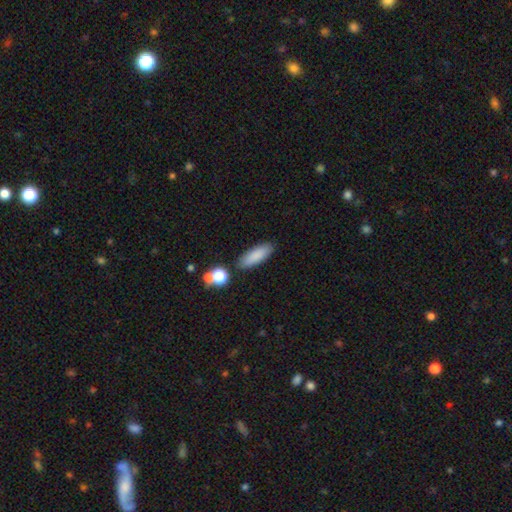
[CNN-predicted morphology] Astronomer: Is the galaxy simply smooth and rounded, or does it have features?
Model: smooth — 85%.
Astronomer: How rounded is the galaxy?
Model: in between — 59% (runner-up: cigar-shaped, 39%).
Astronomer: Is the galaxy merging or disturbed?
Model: none — 84%.